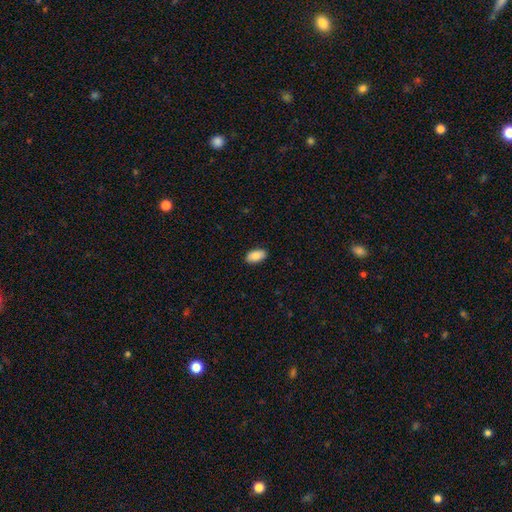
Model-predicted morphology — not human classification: smooth-or-featured: smooth: 82% | featured or disk: 11% | star or artifact: 7%
  how-rounded: in between: 94% | round: 4% | cigar-shaped: 2%
  merging: none: 89% | minor disturbance: 9% | major disturbance: 2% | merger: 1%